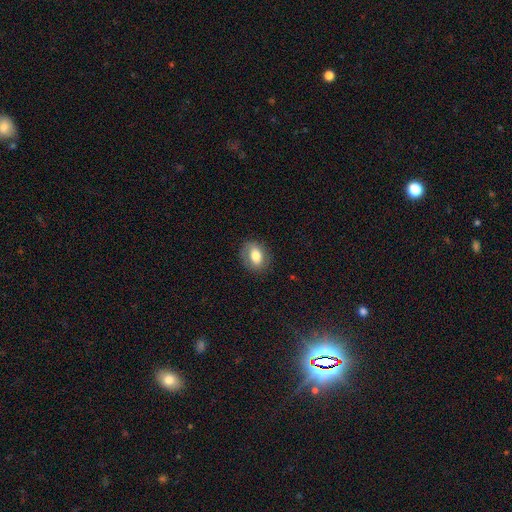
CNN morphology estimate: smooth-or-featured: smooth: 72% | featured or disk: 20% | star or artifact: 8%
  how-rounded: in between: 70% | round: 28% | cigar-shaped: 2%
  merging: none: 82% | minor disturbance: 13% | major disturbance: 4% | merger: 1%